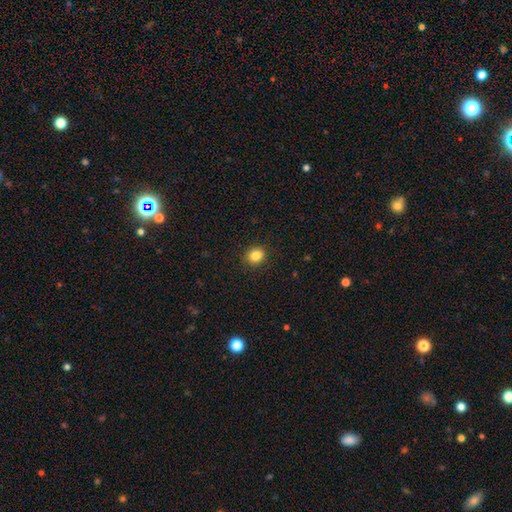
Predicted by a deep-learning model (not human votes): smooth_or_featured: smooth (p=0.85) [alt: star or artifact p=0.11]
how_rounded: round (p=0.70) [alt: in between p=0.29]
merging: none (p=0.89) [alt: minor disturbance p=0.08]